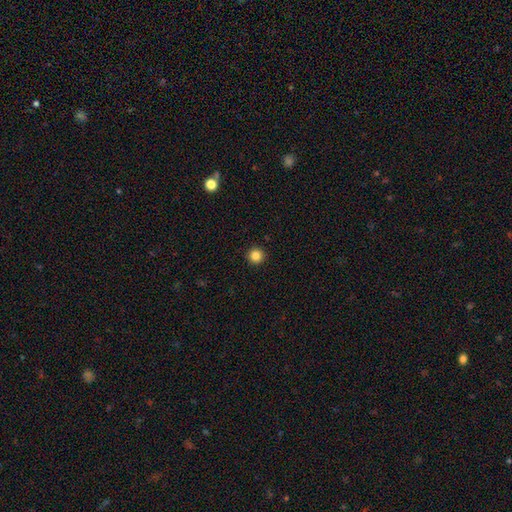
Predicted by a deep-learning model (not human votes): A smooth galaxy with no disk features (85%) that is round (96%).

Vote fractions:
- Smooth or featured? smooth: 85% / star or artifact: 11% / featured or disk: 4%
- How rounded? round: 96% / in between: 3% / cigar-shaped: 1%
- Merging? none: 94% / minor disturbance: 4% / major disturbance: 1% / merger: 1%